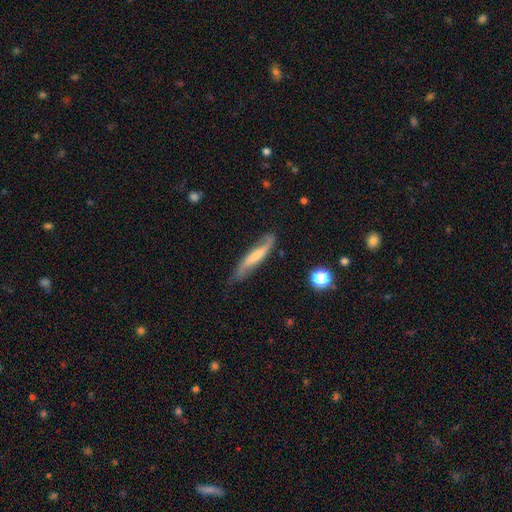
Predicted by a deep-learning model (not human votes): Smooth or featured: featured or disk — 56% (smooth — 37%)
Edge-on disk: no — 58% (yes — 42%)
Merging: none — 61% (minor disturbance — 28%)